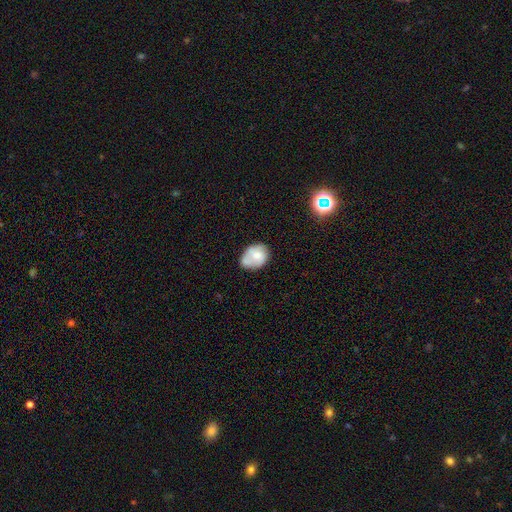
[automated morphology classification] Smooth or featured? Predicted: smooth (p=0.67). How rounded? Predicted: in between (p=0.62). Merging? Predicted: none (p=0.46).